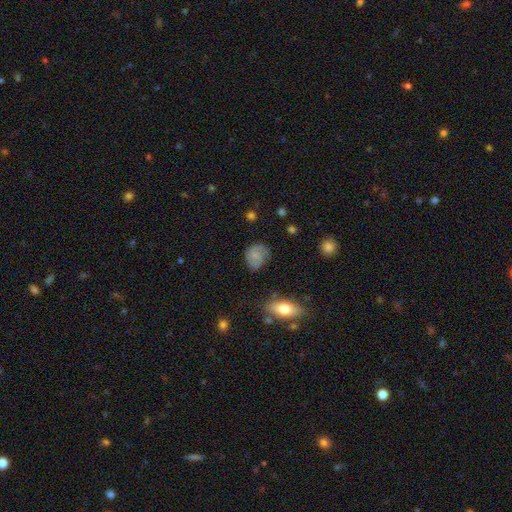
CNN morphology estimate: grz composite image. It shows a smooth galaxy with no disk features (57%) that is round (52%). Merging: none (62%).